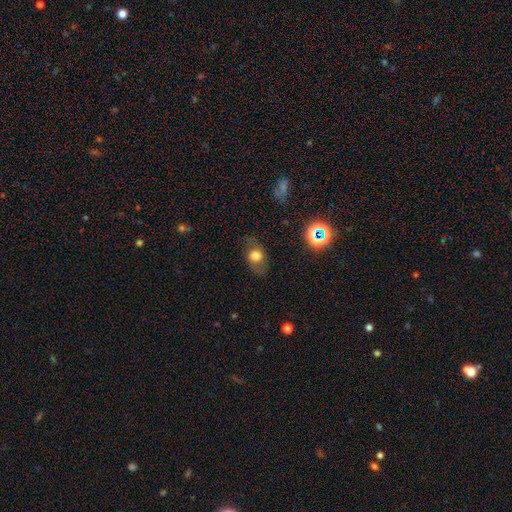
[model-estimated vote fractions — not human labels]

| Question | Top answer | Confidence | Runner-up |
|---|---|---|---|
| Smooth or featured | smooth | 63% | featured or disk (24%) |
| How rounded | in between | 58% | round (40%) |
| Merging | none | 72% | minor disturbance (18%) |